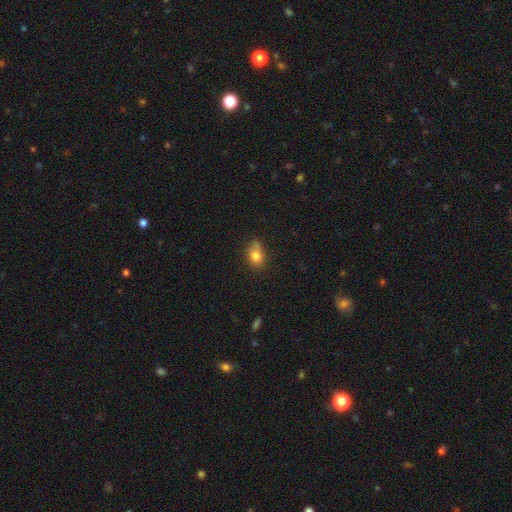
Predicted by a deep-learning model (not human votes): smooth-or-featured: smooth: 80% | star or artifact: 11% | featured or disk: 10%
  how-rounded: in between: 59% | round: 40% | cigar-shaped: 2%
  merging: none: 56% | minor disturbance: 30% | merger: 7% | major disturbance: 7%